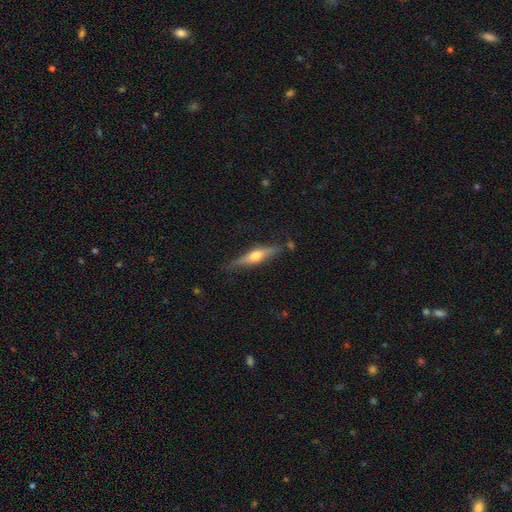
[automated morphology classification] type=featured or disk (61%); edge-on=yes (95%); edge-on bulge=rounded (92%); merging=none (79%).